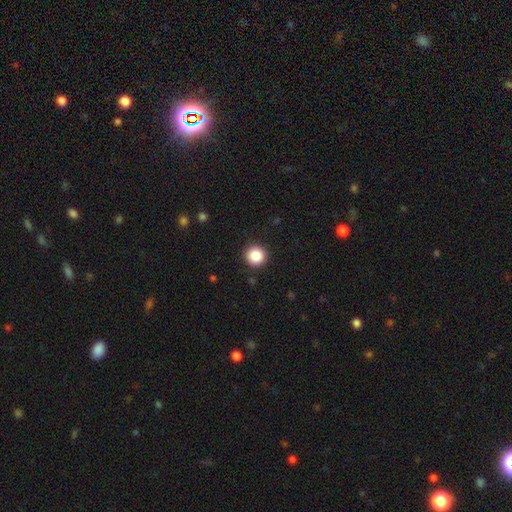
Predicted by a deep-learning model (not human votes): Smooth or featured?
  - smooth: 87% *
  - star or artifact: 9%
  - featured or disk: 3%
How rounded?
  - round: 95% *
  - in between: 4%
  - cigar-shaped: 1%
Merging?
  - none: 92% *
  - minor disturbance: 5%
  - major disturbance: 2%
  - merger: 1%